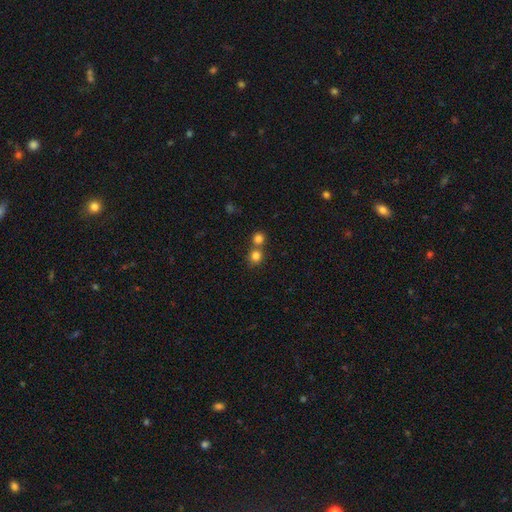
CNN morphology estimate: smooth_or_featured: smooth (p=0.80) [alt: star or artifact p=0.13]
how_rounded: round (p=0.87) [alt: in between p=0.12]
merging: none (p=0.55) [alt: merger p=0.37]